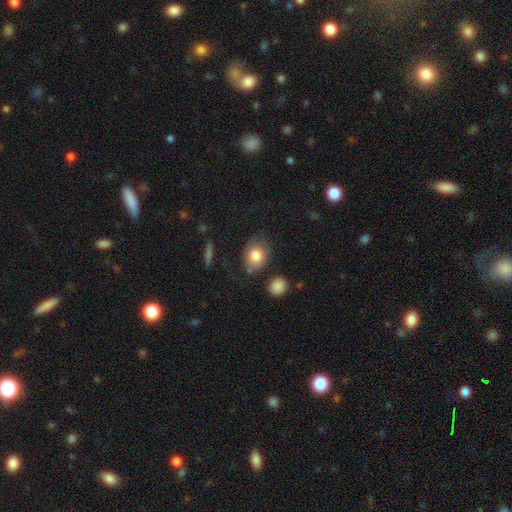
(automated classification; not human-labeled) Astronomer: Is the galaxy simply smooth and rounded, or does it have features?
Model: smooth — 81%.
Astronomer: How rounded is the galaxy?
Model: in between — 61% (runner-up: round, 38%).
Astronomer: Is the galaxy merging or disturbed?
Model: none — 66%.